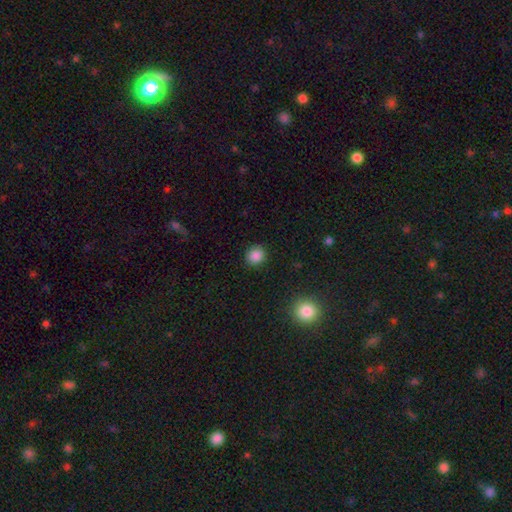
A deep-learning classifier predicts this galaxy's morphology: type=smooth (86%); roundness=round (85%); merging=none (91%).